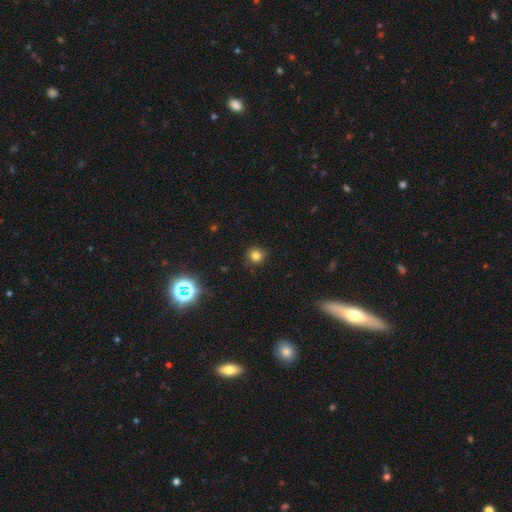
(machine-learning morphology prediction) Smooth or featured?
  - smooth: 77% *
  - star or artifact: 17%
  - featured or disk: 6%
How rounded?
  - round: 93% *
  - in between: 6%
  - cigar-shaped: 1%
Merging?
  - none: 87% *
  - minor disturbance: 9%
  - major disturbance: 3%
  - merger: 1%